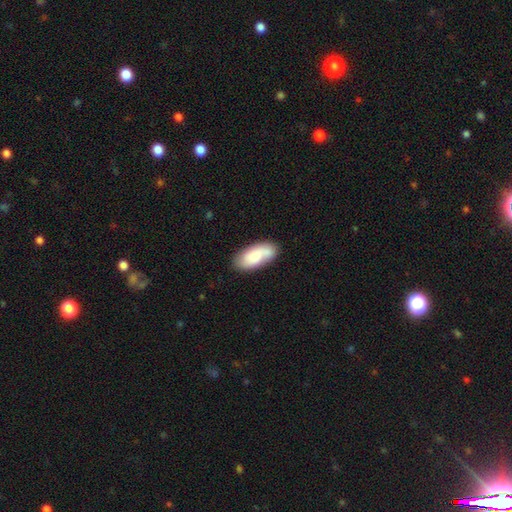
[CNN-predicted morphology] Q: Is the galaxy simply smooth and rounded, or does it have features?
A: smooth — 74%.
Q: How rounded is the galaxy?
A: in between — 90%.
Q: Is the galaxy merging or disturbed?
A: none — 66%.